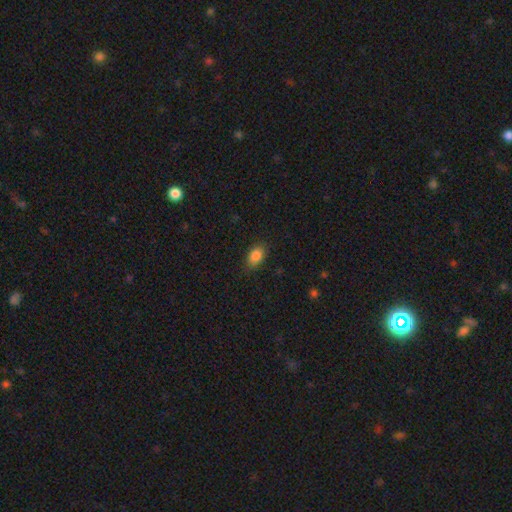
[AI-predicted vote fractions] A smooth galaxy with no disk features (87%) that is in between round and cigar-shaped (85%). Merging: none (82%).